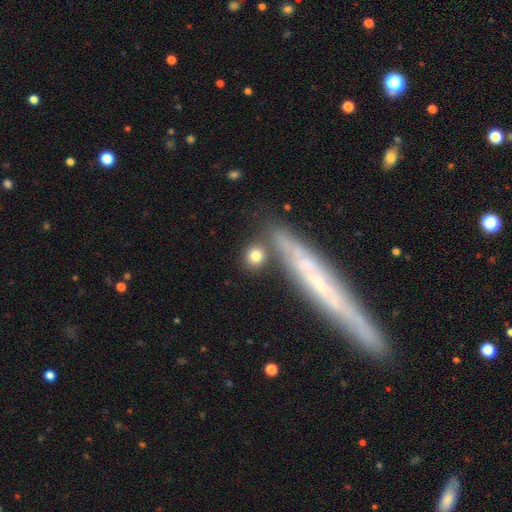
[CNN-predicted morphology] type=smooth (80%); roundness=round (73%); merging=none (74%).